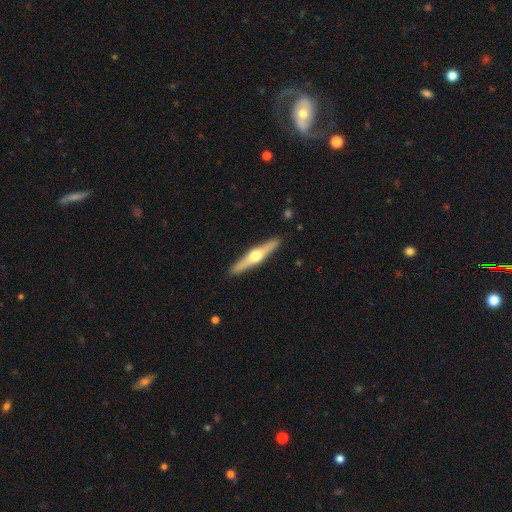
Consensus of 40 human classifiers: A featured or disk galaxy (68%) viewed edge-on (100%) with a rounded central bulge (100%). Merging: none (95%).